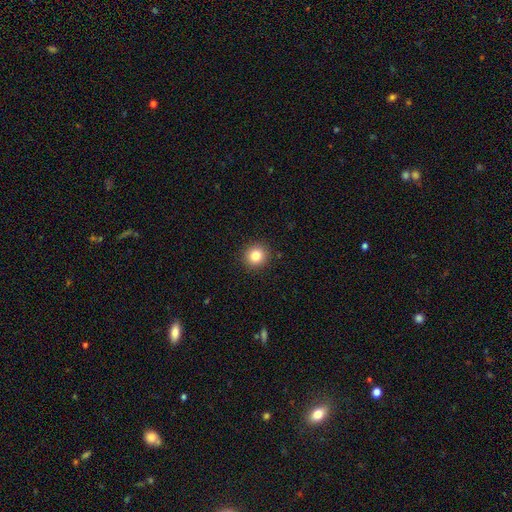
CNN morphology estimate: The model was most divided on "smooth or featured": smooth: 83%, star or artifact: 11%, featured or disk: 6%. More confident: how rounded — round (93%); merging — none (92%).